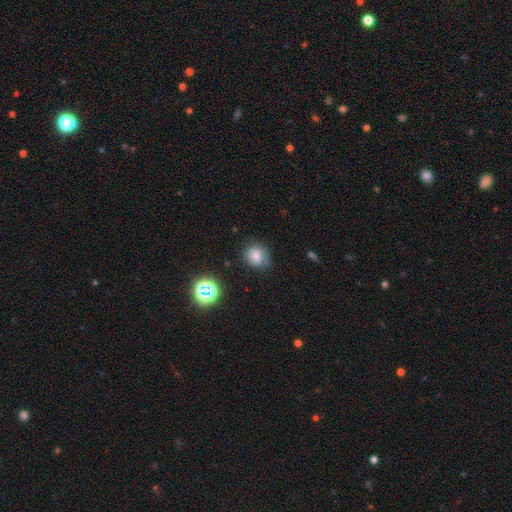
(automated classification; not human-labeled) This is likely a smooth galaxy (76%). How rounded: likely round (69%). Merging: likely none (79%).